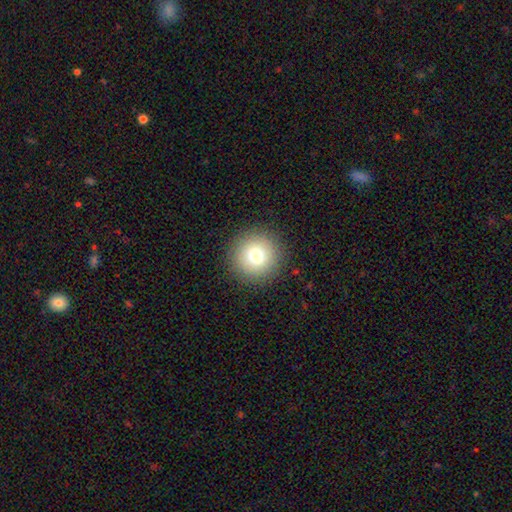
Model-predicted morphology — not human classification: A smooth galaxy with no disk features (77%) that is round (96%).

Vote fractions:
- Smooth or featured? smooth: 77% / star or artifact: 12% / featured or disk: 11%
- How rounded? round: 96% / in between: 3% / cigar-shaped: 1%
- Merging? none: 91% / minor disturbance: 6% / major disturbance: 2% / merger: 1%